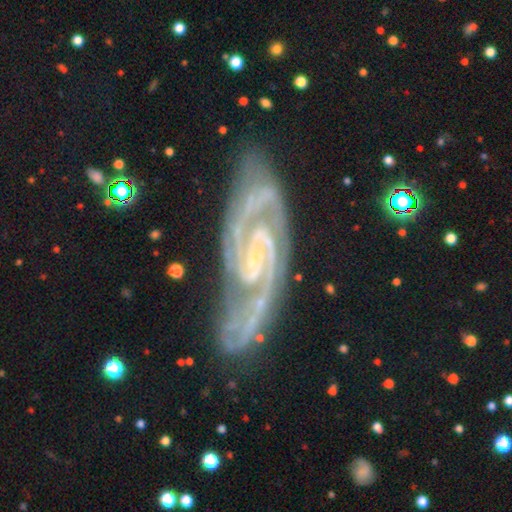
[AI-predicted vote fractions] Overall: featured or disk (90%). Edge-on disk: no (93%). Bar: weak (41%; no 38%). Spiral arms: yes (98%). Spiral arm count: 2 (77%). Spiral winding: tight (52%; medium 41%). Bulge size: small (79%). Merging: none (79%).